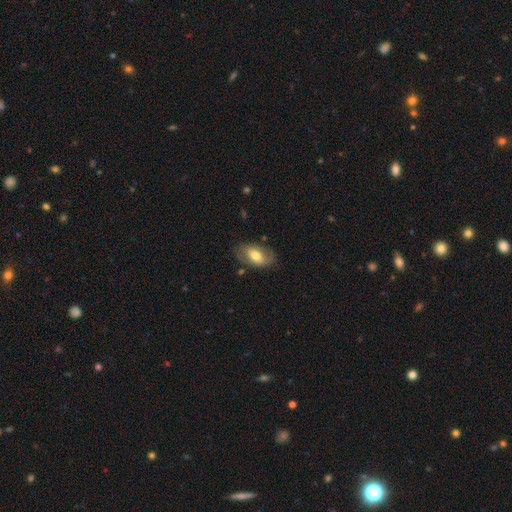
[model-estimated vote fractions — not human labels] Smooth or featured? Predicted: smooth (p=0.58). How rounded? Predicted: in between (p=0.91). Merging? Predicted: none (p=0.71).